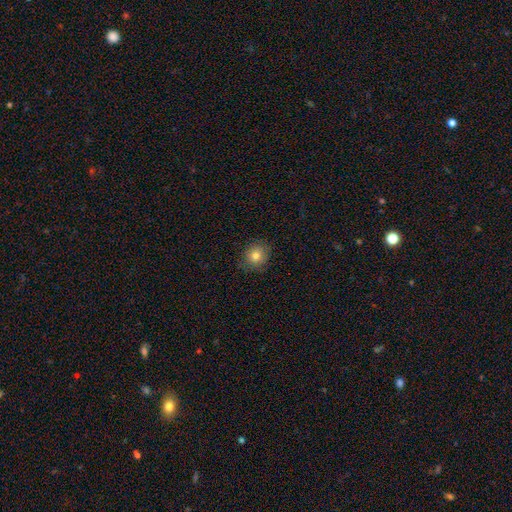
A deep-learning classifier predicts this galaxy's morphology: smooth_or_featured: smooth (p=0.80) [alt: star or artifact p=0.11]
how_rounded: round (p=0.81) [alt: in between p=0.18]
merging: none (p=0.85) [alt: minor disturbance p=0.12]